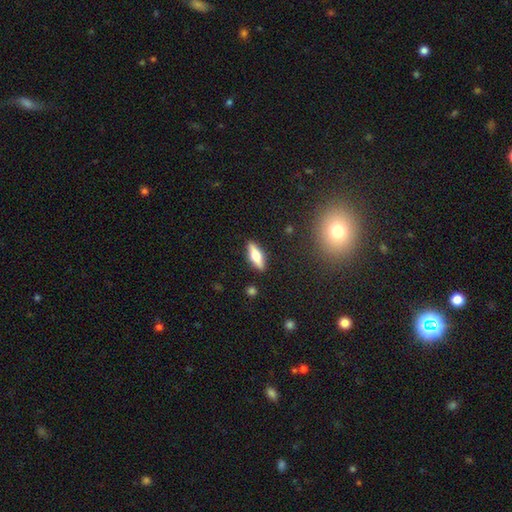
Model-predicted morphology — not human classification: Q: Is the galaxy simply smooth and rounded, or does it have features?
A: smooth — 56%.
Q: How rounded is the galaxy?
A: in between — 52%.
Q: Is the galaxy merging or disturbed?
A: none — 88%.